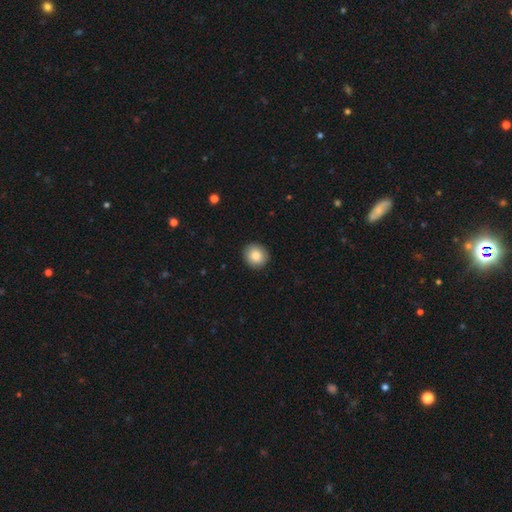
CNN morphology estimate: Overall: smooth (86%). How rounded: round (87%). Merging: none (91%).